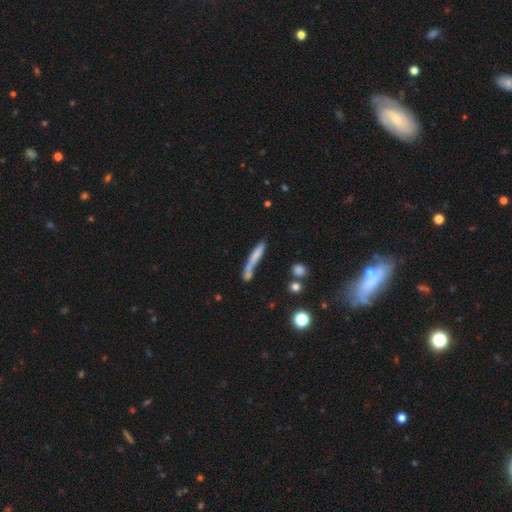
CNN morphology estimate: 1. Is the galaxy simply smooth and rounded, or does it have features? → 65% smooth, 26% featured or disk, 8% star or artifact.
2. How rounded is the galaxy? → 90% cigar-shaped, 7% in between, 2% round.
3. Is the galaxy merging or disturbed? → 43% none, 26% merger, 19% minor disturbance, 12% major disturbance.